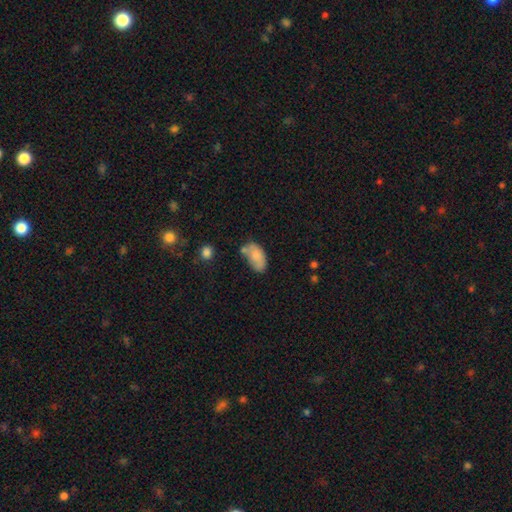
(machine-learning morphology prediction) Smooth or featured: smooth — 78% (featured or disk — 14%)
How rounded: in between — 93% (round — 5%)
Merging: none — 46% (minor disturbance — 29%)